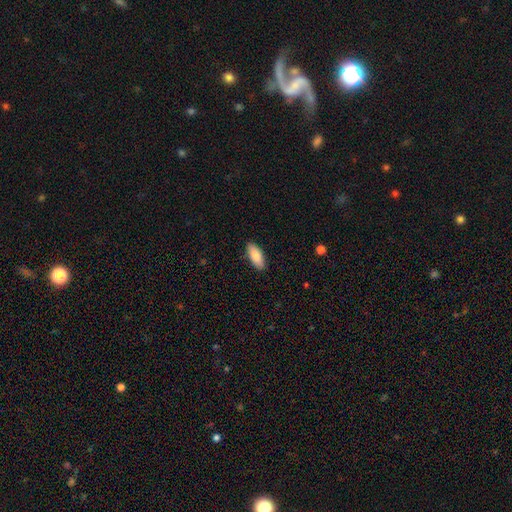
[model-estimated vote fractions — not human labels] The model was most divided on "how rounded": in between: 80%, cigar-shaped: 18%, round: 2%. More confident: merging — none (89%); smooth or featured — smooth (85%).